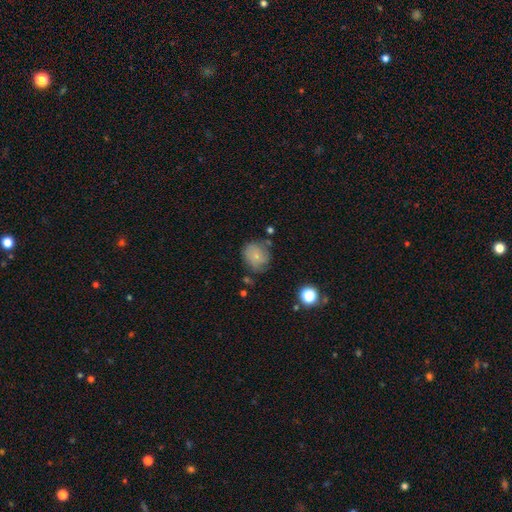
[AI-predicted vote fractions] Smooth or featured: smooth — 70% (featured or disk — 20%)
How rounded: round — 75% (in between — 24%)
Merging: none — 62% (minor disturbance — 25%)